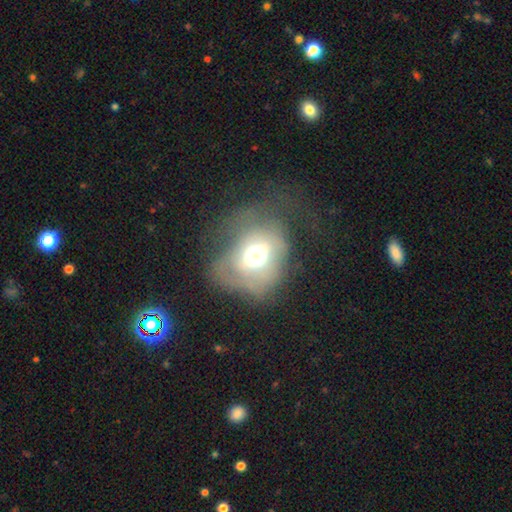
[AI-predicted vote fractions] This appears to be a smooth galaxy with no disk features (50%) that is round (61%). Merging: major disturbance (42%).